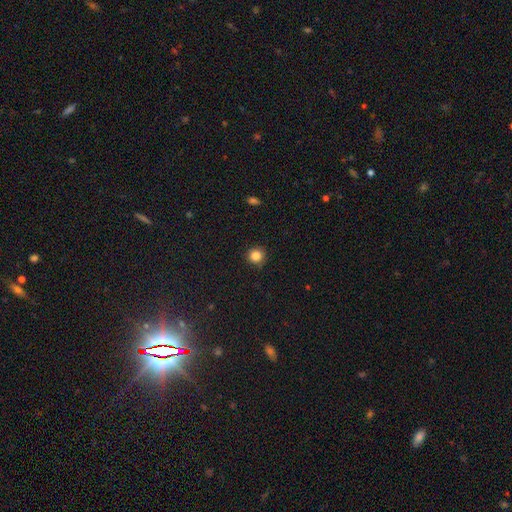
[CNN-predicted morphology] The model was most divided on "smooth or featured": smooth: 84%, star or artifact: 12%, featured or disk: 4%. More confident: how rounded — round (93%); merging — none (90%).